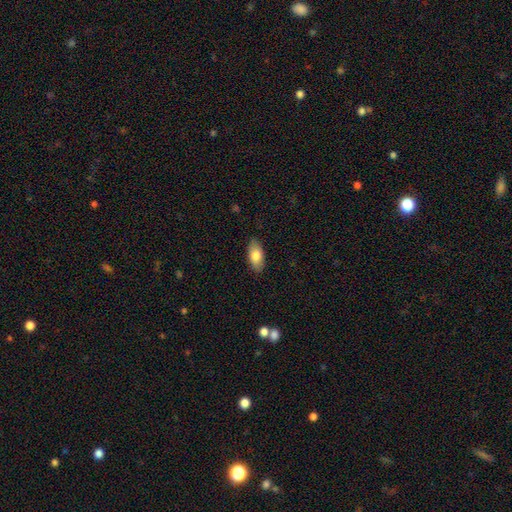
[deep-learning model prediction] Smooth or featured: smooth — 79% (featured or disk — 15%)
How rounded: in between — 90% (cigar-shaped — 7%)
Merging: none — 87% (minor disturbance — 10%)